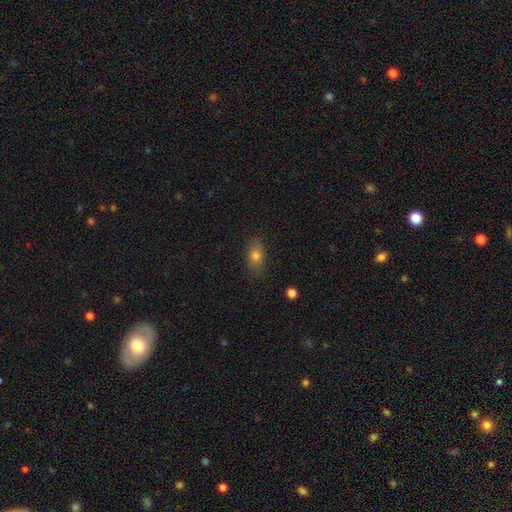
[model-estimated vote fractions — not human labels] A smooth galaxy with no disk features (76%) that is in between round and cigar-shaped (82%). Merging: none (83%).